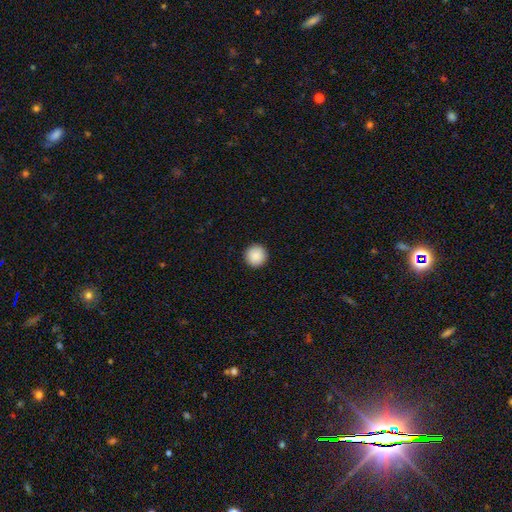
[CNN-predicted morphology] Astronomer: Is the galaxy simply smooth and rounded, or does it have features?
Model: smooth — 90%.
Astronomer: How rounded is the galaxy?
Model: round — 96%.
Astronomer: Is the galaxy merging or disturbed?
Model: none — 94%.